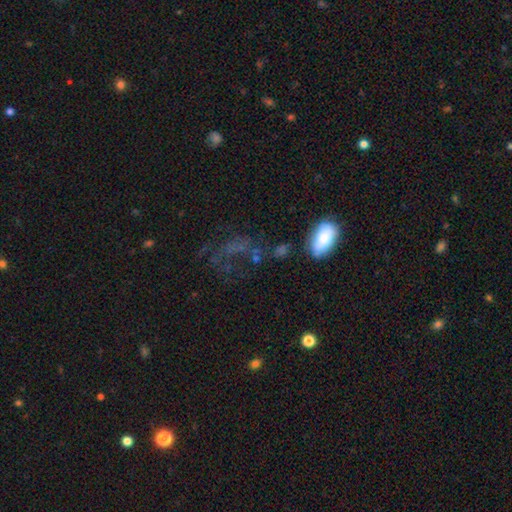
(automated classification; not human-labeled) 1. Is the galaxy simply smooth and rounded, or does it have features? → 48% smooth, 26% featured or disk, 25% star or artifact.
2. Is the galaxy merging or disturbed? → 41% none, 31% major disturbance, 17% minor disturbance, 11% merger.